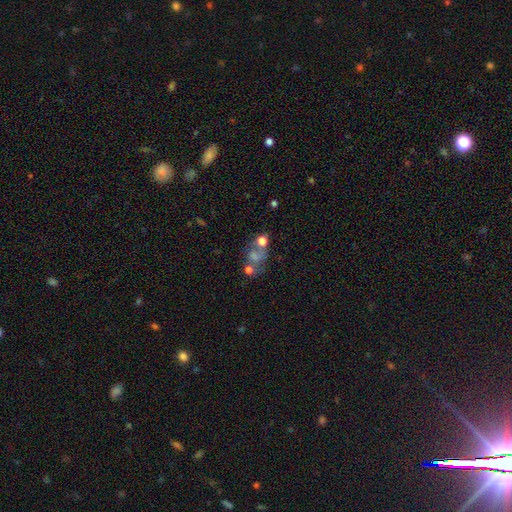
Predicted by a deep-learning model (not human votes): smooth 46%, featured or disk 33%, star or artifact 21%. Down the decision tree: merging — merger (34%).